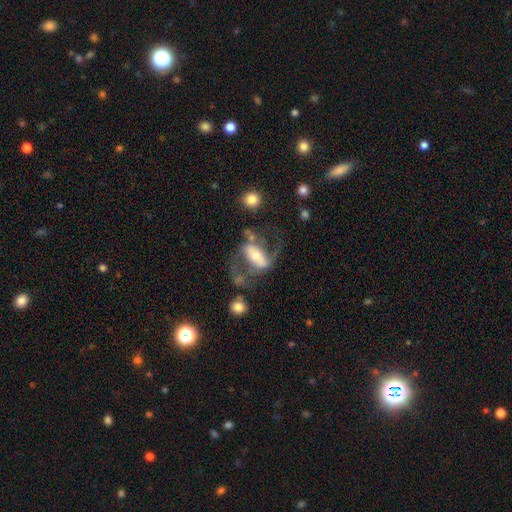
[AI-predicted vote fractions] This appears to be a featured or disk galaxy (73%) with a strong bar (57%), 2 (86%) loose (49%) spiral arms (82%) and a moderate central bulge (49%). Merging: none (44%).